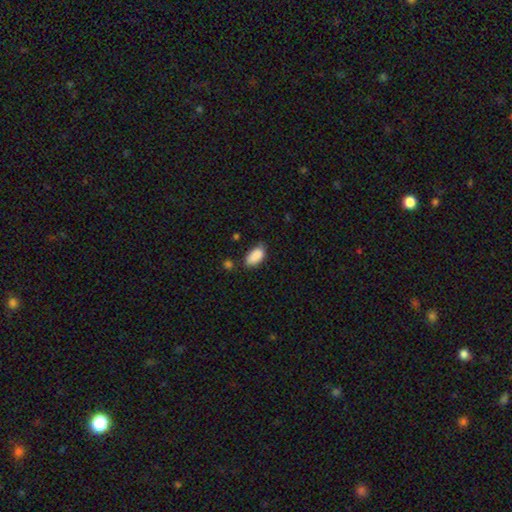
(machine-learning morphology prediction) Overall: smooth (89%). How rounded: in between (93%). Merging: none (67%).